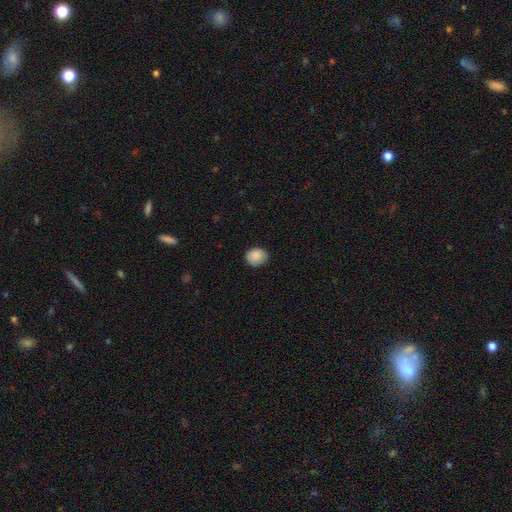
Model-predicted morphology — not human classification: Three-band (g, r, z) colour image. It shows a smooth galaxy with no disk features (89%) that is round (52%). Merging: none (81%).